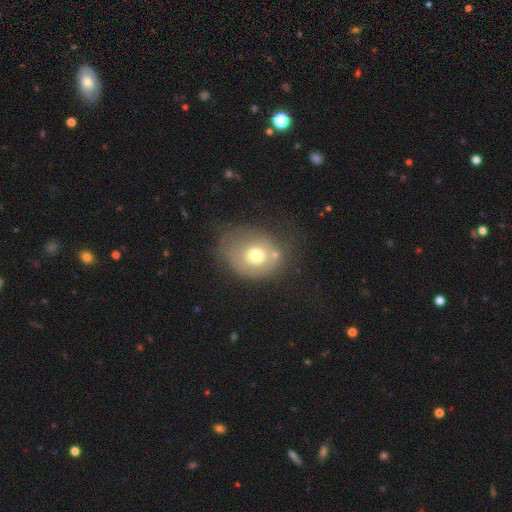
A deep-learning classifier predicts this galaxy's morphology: The model was most divided on "merging": none: 42%, minor disturbance: 28%, major disturbance: 22%, merger: 8%. More confident: smooth or featured — smooth (64%); how rounded — round (62%).